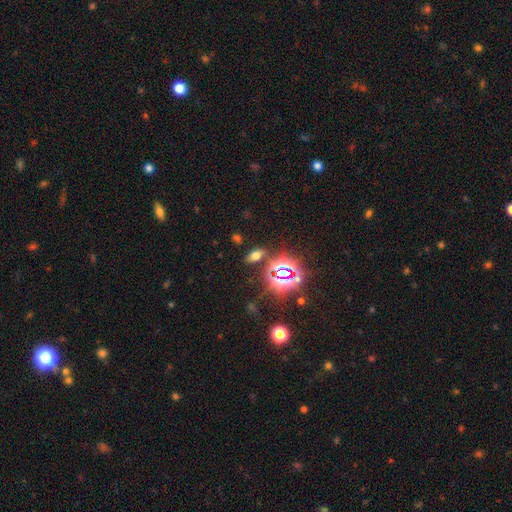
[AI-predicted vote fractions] A smooth galaxy with no disk features (52%) that is in between round and cigar-shaped (83%).

Vote fractions:
- Smooth or featured? smooth: 52% / star or artifact: 36% / featured or disk: 11%
- How rounded? in between: 83% / round: 10% / cigar-shaped: 6%
- Merging? none: 83% / minor disturbance: 9% / merger: 4% / major disturbance: 3%